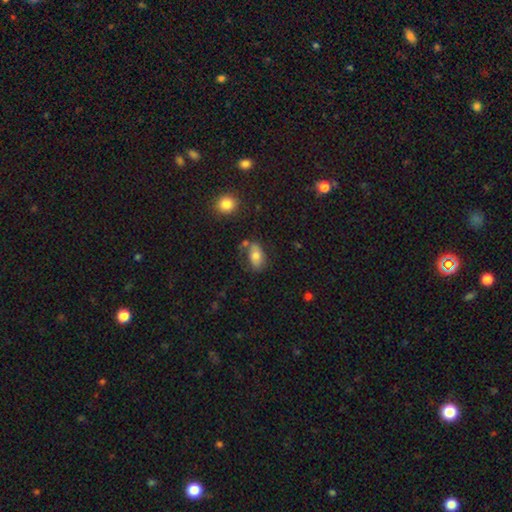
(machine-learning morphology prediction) This appears to be a smooth galaxy with no disk features (71%) that is in between round and cigar-shaped (88%). Merging: none (49%).